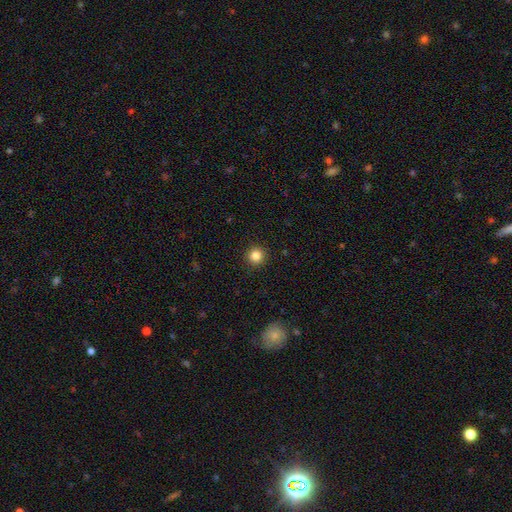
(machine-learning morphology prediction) A smooth galaxy with no disk features (85%) that is round (96%).

Vote fractions:
- Smooth or featured? smooth: 85% / star or artifact: 11% / featured or disk: 4%
- How rounded? round: 96% / in between: 3% / cigar-shaped: 1%
- Merging? none: 93% / minor disturbance: 5% / major disturbance: 2% / merger: 1%